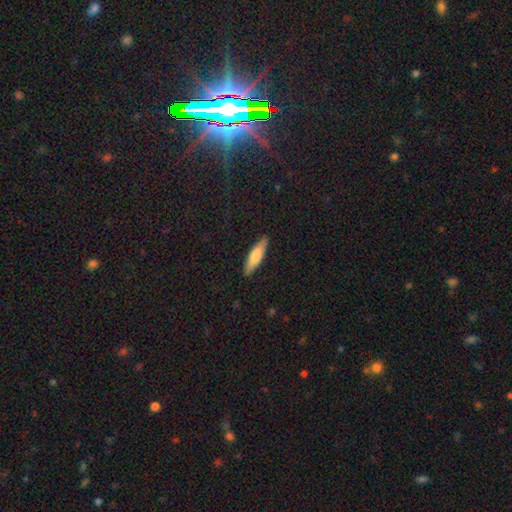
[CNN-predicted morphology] Smooth or featured? Predicted: smooth (p=0.69). How rounded? Predicted: cigar-shaped (p=0.71). Merging? Predicted: none (p=0.89).